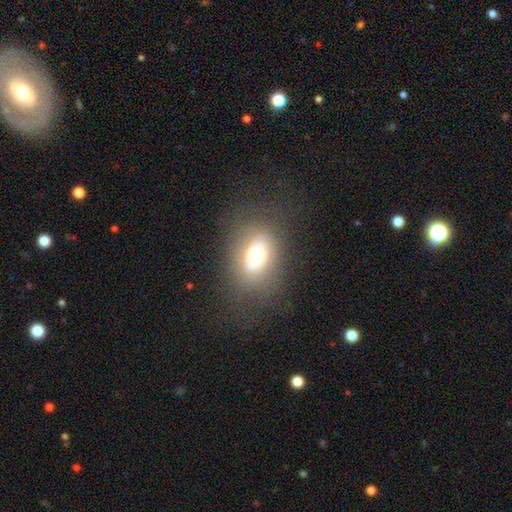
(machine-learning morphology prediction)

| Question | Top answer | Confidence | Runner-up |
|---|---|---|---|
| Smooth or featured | smooth | 67% | featured or disk (21%) |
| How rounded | in between | 71% | round (27%) |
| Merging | none | 73% | minor disturbance (14%) |